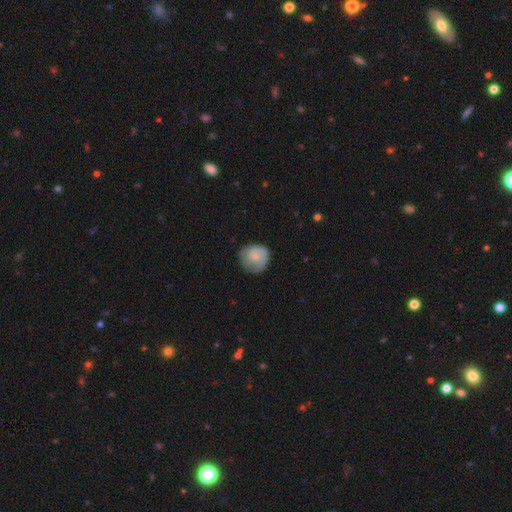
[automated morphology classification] A smooth galaxy with no disk features (62%) that is round (84%).

Vote fractions:
- Smooth or featured? smooth: 62% / featured or disk: 32% / star or artifact: 6%
- How rounded? round: 84% / in between: 15% / cigar-shaped: 1%
- Merging? none: 61% / minor disturbance: 27% / major disturbance: 11% / merger: 1%